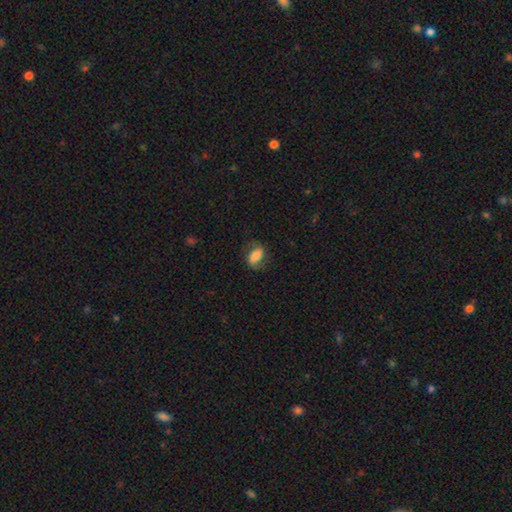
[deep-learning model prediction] Smooth or featured? Predicted: smooth (p=0.51). How rounded? Predicted: in between (p=0.81). Merging? Predicted: none (p=0.68).